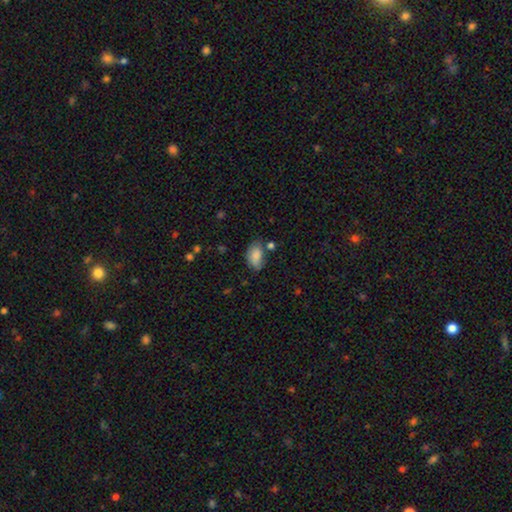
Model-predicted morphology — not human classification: type=smooth (84%); roundness=in between (91%); merging=none (58%).